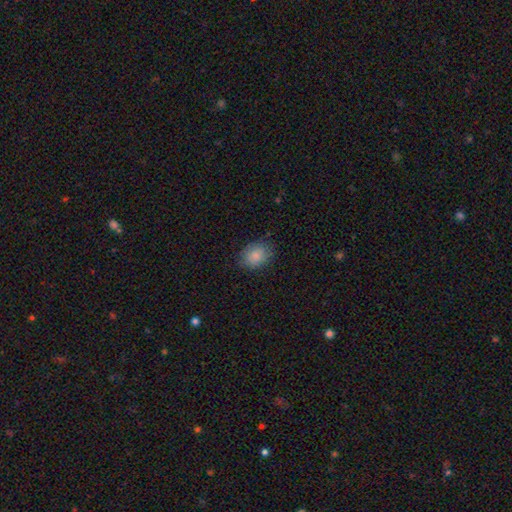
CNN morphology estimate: A smooth galaxy with no disk features (86%) that is in between round and cigar-shaped (59%).

Vote fractions:
- Smooth or featured? smooth: 86% / star or artifact: 8% / featured or disk: 6%
- How rounded? in between: 59% / round: 40% / cigar-shaped: 1%
- Merging? none: 80% / minor disturbance: 15% / major disturbance: 4% / merger: 1%